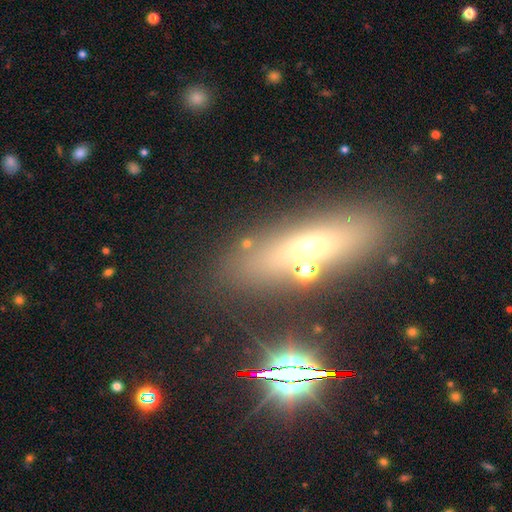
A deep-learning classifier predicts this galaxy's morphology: This appears to be a smooth galaxy with no disk features (40%). Merging: none (76%).